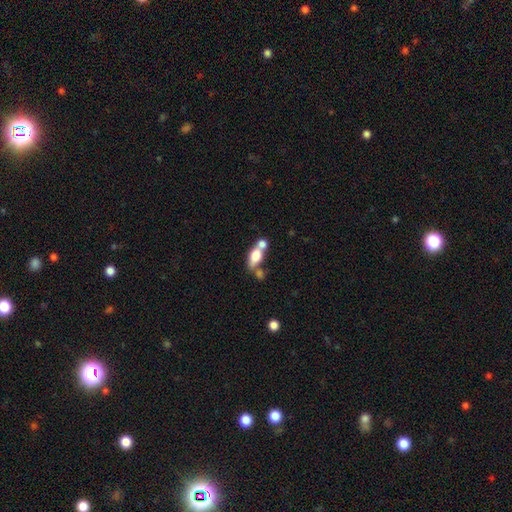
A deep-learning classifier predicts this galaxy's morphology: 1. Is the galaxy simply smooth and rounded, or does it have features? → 65% smooth, 26% featured or disk, 9% star or artifact.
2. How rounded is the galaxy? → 74% in between, 13% round, 13% cigar-shaped.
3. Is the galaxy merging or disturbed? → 47% merger, 35% none, 11% minor disturbance, 7% major disturbance.